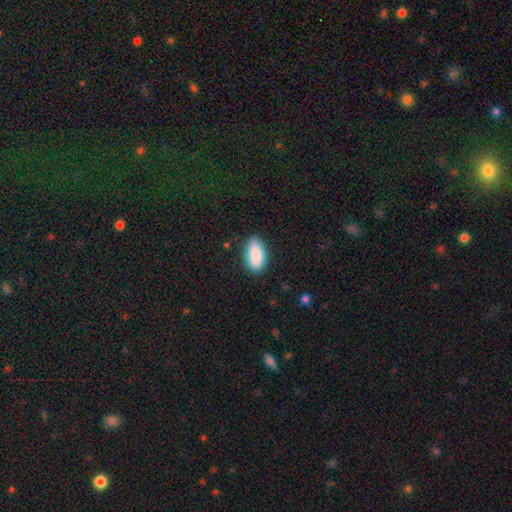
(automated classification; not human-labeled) Q: Smooth or featured?
A: smooth (89%); runner-up: star or artifact (7%)
Q: How rounded?
A: in between (92%); runner-up: cigar-shaped (5%)
Q: Merging?
A: none (83%); runner-up: minor disturbance (14%)